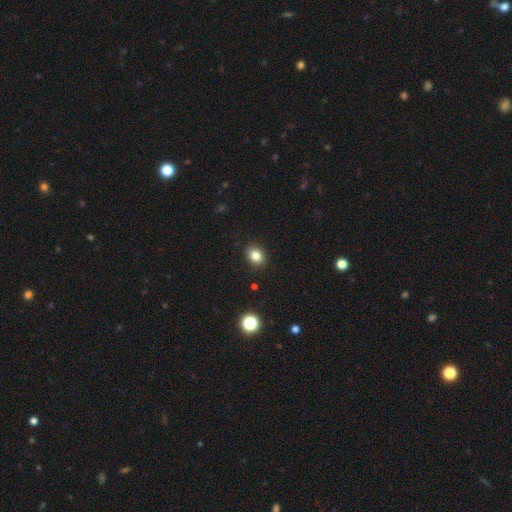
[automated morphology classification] Smooth or featured: smooth — 83% (star or artifact — 11%)
How rounded: in between — 51% (round — 48%)
Merging: none — 89% (minor disturbance — 8%)